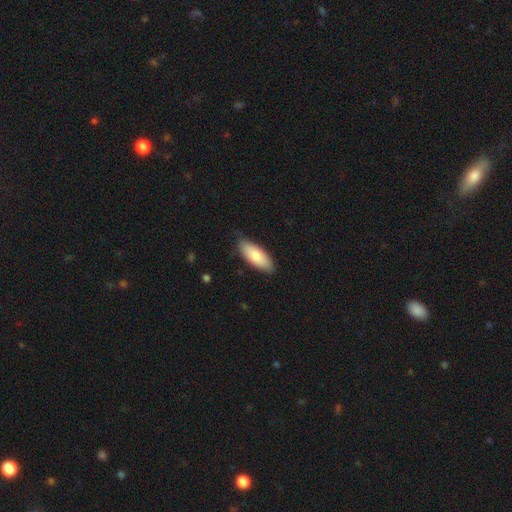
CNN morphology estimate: Smooth or featured? Predicted: smooth (p=0.79). How rounded? Predicted: in between (p=0.78). Merging? Predicted: none (p=0.81).